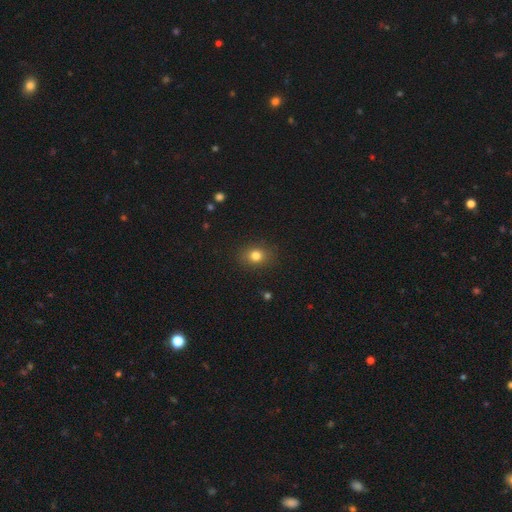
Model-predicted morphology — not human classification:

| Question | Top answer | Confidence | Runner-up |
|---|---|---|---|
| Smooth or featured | smooth | 80% | star or artifact (13%) |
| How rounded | round | 59% | in between (39%) |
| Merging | none | 88% | minor disturbance (9%) |